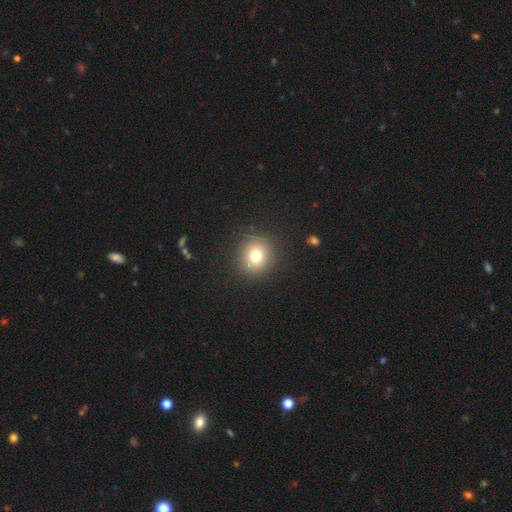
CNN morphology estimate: Smooth or featured: smooth — 78% (star or artifact — 13%)
How rounded: round — 84% (in between — 15%)
Merging: none — 89% (minor disturbance — 7%)